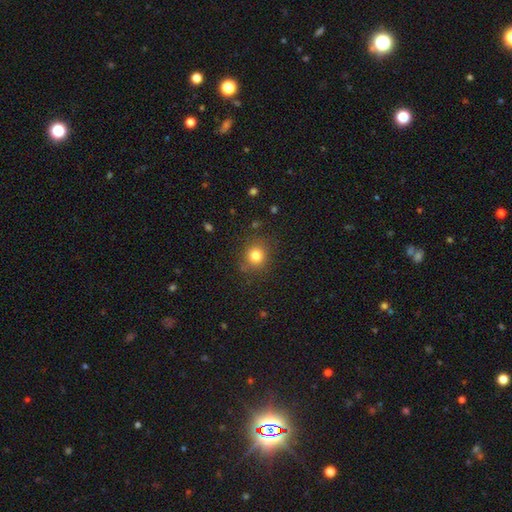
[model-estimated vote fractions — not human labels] Smooth or featured: smooth — 80% (star or artifact — 13%)
How rounded: round — 86% (in between — 13%)
Merging: none — 84% (minor disturbance — 10%)